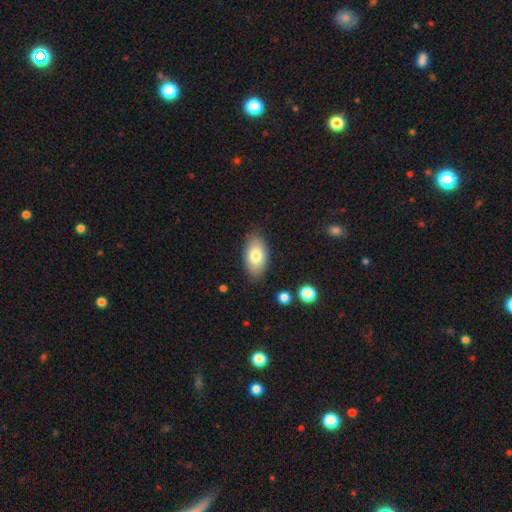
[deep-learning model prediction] smooth 78%, featured or disk 15%, star or artifact 7%. Down the decision tree: how rounded — in between (93%); merging — none (83%).